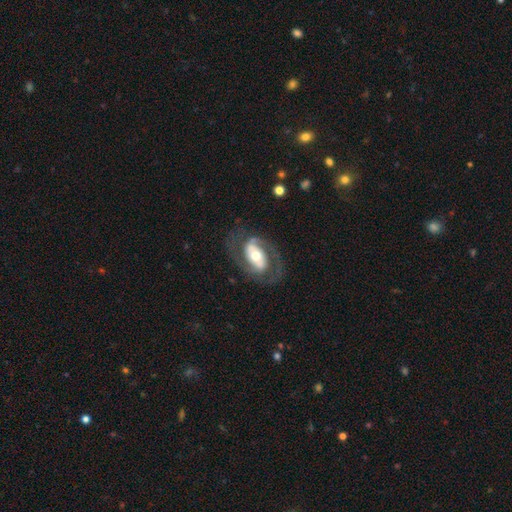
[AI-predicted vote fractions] Morphology: type=featured or disk (80%); edge-on=no (95%); bar=no (38%); spiral arms=yes (88%); winding=medium (50%); arm count=2 (85%); bulge=moderate (62%); merging=none (70%).